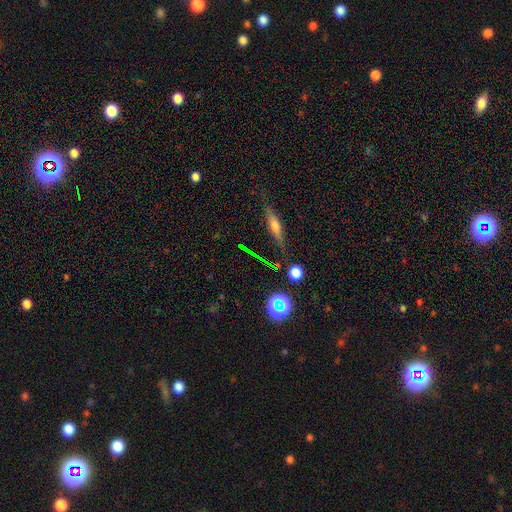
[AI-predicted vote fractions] smooth 39%, star or artifact 34%, featured or disk 27%. Down the decision tree: merging — none (84%).